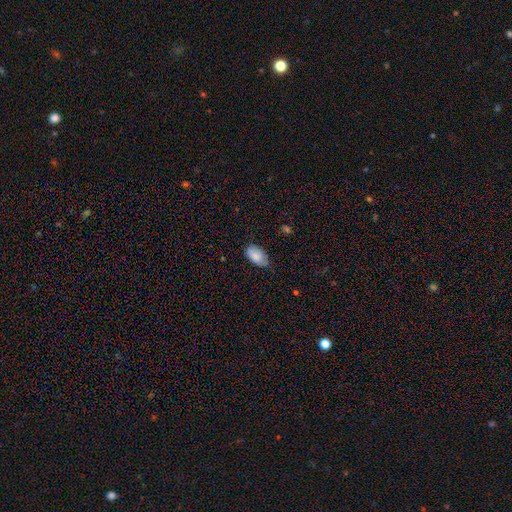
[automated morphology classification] Smooth or featured? Predicted: smooth (p=0.85). How rounded? Predicted: in between (p=0.94). Merging? Predicted: none (p=0.69).